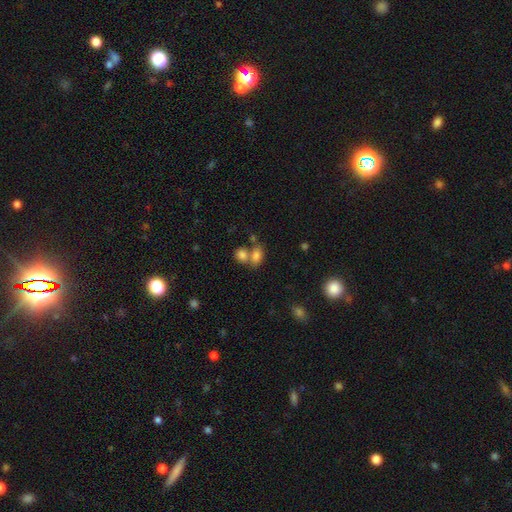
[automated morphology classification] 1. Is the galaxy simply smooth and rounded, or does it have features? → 78% smooth, 12% star or artifact, 11% featured or disk.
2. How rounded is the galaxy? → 75% in between, 22% round, 2% cigar-shaped.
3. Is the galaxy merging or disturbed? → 48% merger, 38% none, 10% minor disturbance, 4% major disturbance.